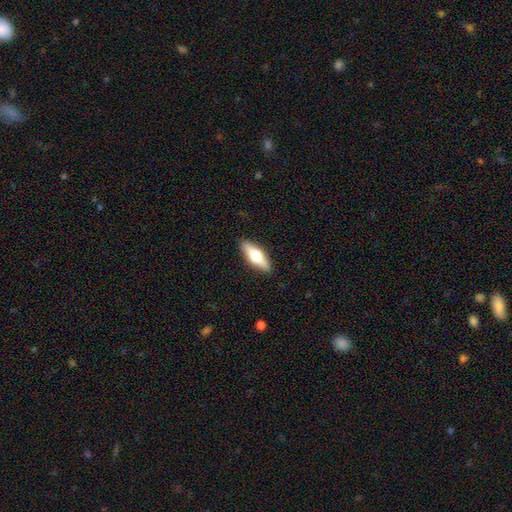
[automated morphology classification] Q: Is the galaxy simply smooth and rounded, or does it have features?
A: smooth — 53%.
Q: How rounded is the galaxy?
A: in between — 59%.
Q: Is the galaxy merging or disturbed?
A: none — 89%.